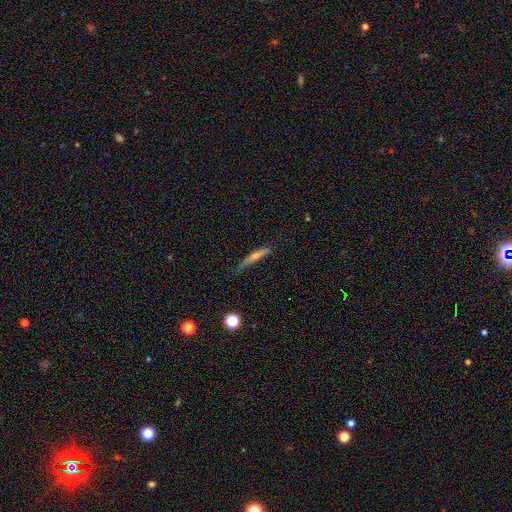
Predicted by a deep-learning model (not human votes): featured or disk 52%, smooth 39%, star or artifact 9%. Down the decision tree: edge-on disk — yes (93%); merging — none (75%).